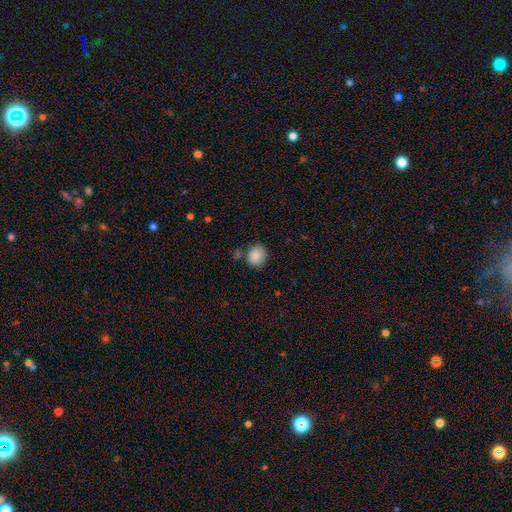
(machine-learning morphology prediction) Q: Smooth or featured?
A: smooth (87%); runner-up: star or artifact (8%)
Q: How rounded?
A: round (77%); runner-up: in between (22%)
Q: Merging?
A: none (76%); runner-up: minor disturbance (15%)